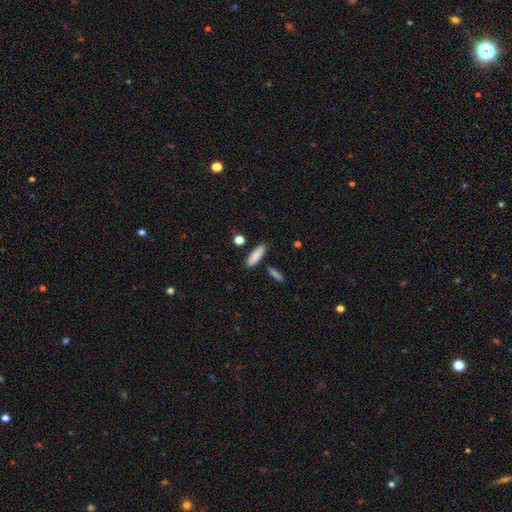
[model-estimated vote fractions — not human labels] This is clearly a smooth galaxy (85%). How rounded: possibly cigar-shaped (53%). Merging: clearly none (85%).